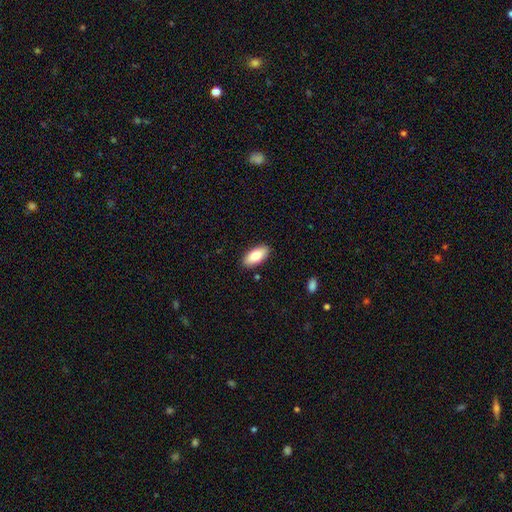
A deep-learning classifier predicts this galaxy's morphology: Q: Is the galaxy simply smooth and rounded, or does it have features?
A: smooth — 79%.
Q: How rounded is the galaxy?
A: in between — 89%.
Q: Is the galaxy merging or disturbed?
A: none — 89%.